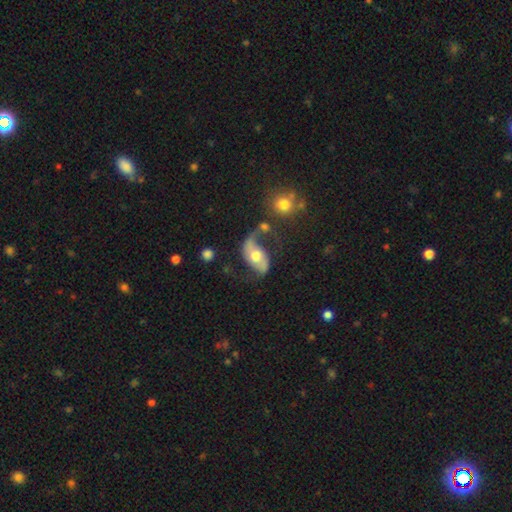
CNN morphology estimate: type=featured or disk (75%); edge-on=no (96%); bar=no (57%); spiral arms=yes (86%); winding=loose (69%); arm count=2 (87%); bulge=moderate (71%); merging=none (42%).